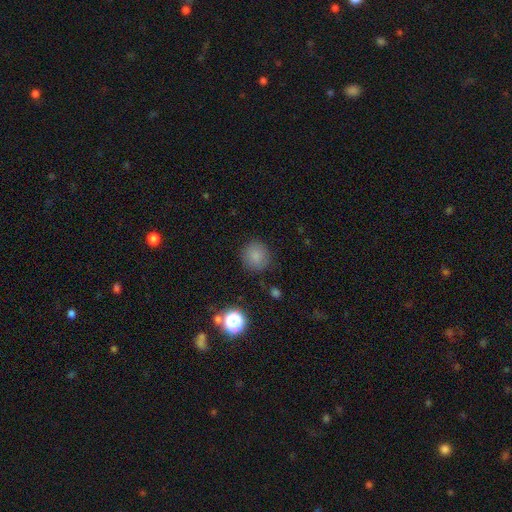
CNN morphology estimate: Overall: smooth (82%). How rounded: round (91%). Merging: none (86%).